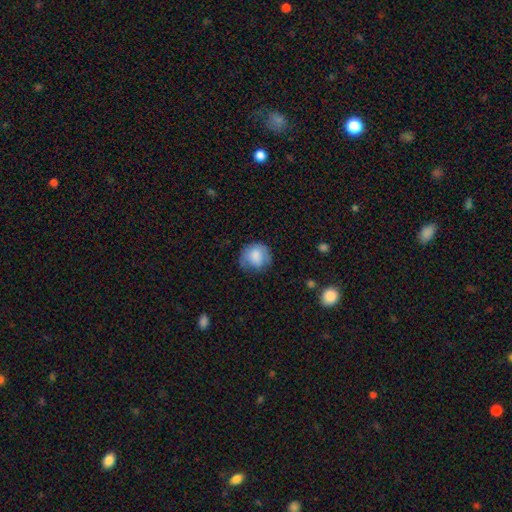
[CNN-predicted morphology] The model was most divided on "merging": none: 58%, minor disturbance: 29%, major disturbance: 11%, merger: 2%. More confident: how rounded — round (81%); smooth or featured — smooth (77%).